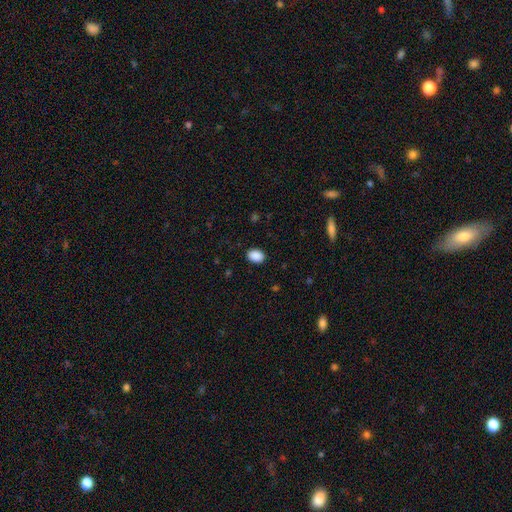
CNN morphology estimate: Smooth or featured: smooth — 90% (star or artifact — 8%)
How rounded: in between — 80% (round — 19%)
Merging: none — 88% (minor disturbance — 8%)